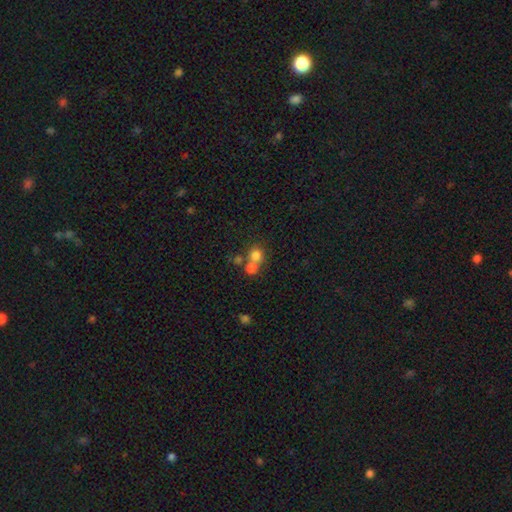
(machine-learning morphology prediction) type=smooth (76%); roundness=round (86%); merging=merger (47%).